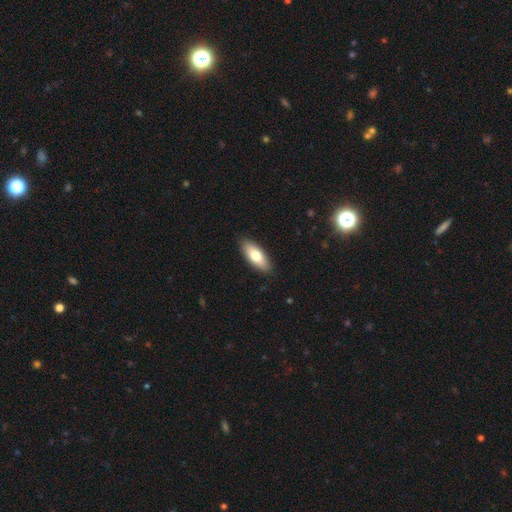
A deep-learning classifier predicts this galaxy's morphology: The model was most divided on "smooth or featured": smooth: 75%, featured or disk: 19%, star or artifact: 6%. More confident: merging — none (89%); how rounded — in between (77%).